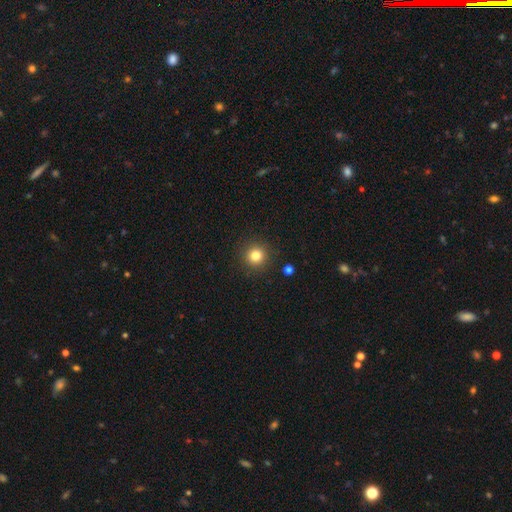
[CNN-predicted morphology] Smooth or featured: smooth — 82% (star or artifact — 13%)
How rounded: round — 94% (in between — 5%)
Merging: none — 91% (minor disturbance — 6%)